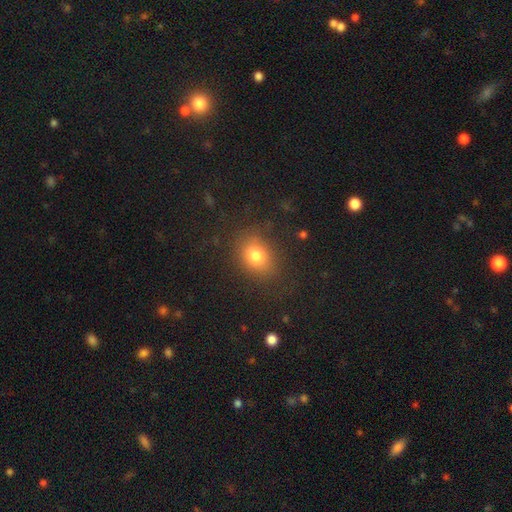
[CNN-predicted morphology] smooth 78%, star or artifact 12%, featured or disk 9%. Down the decision tree: how rounded — in between (58%); merging — none (78%).